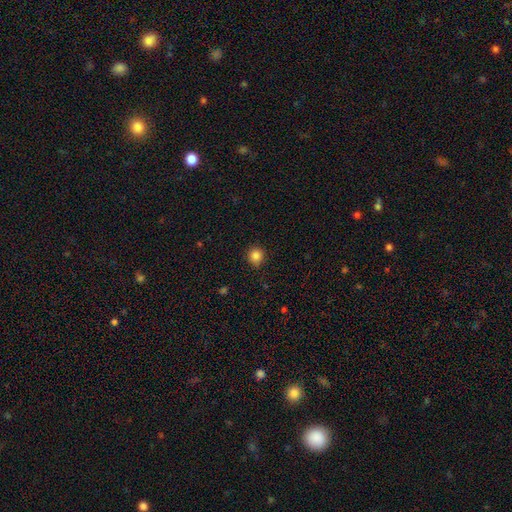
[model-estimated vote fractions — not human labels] The model was most divided on "smooth or featured": smooth: 85%, star or artifact: 11%, featured or disk: 4%. More confident: how rounded — round (92%); merging — none (89%).